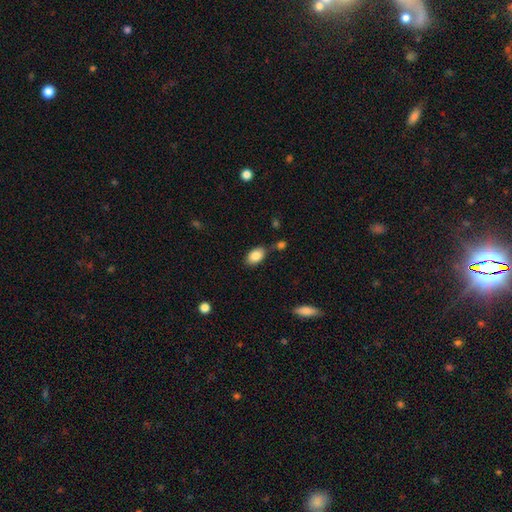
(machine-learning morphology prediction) smooth 86%, star or artifact 7%, featured or disk 7%. Down the decision tree: how rounded — in between (90%); merging — none (72%).